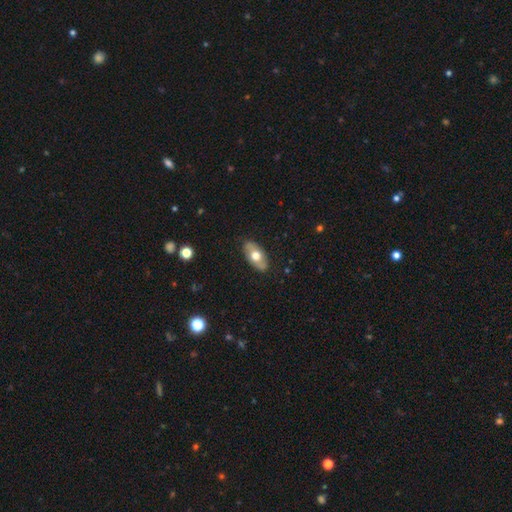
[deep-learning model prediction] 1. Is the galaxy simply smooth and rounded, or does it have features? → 58% smooth, 37% featured or disk, 6% star or artifact.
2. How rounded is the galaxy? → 91% in between, 5% round, 4% cigar-shaped.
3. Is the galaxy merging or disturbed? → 85% none, 11% minor disturbance, 2% major disturbance, 1% merger.